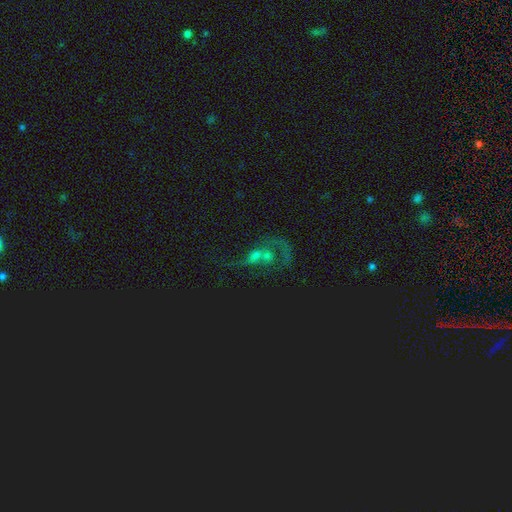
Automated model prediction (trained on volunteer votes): smooth_or_featured: featured or disk (p=0.52) [alt: star or artifact p=0.25]
disk_edge_on: no (p=0.94) [alt: yes p=0.06]
merging: merger (p=0.55) [alt: major disturbance p=0.18]